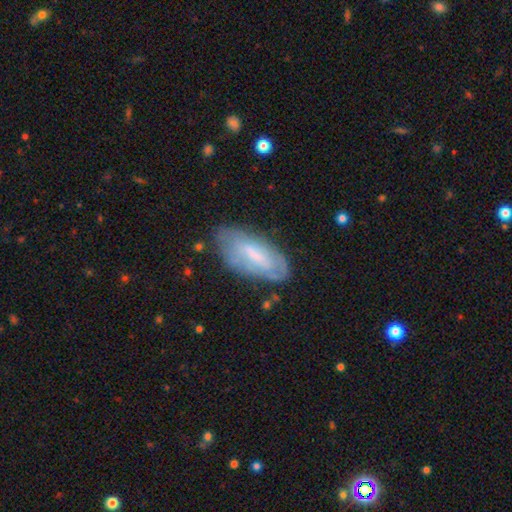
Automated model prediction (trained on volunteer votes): Smooth or featured? Predicted: smooth (p=0.49). Merging? Predicted: none (p=0.68).